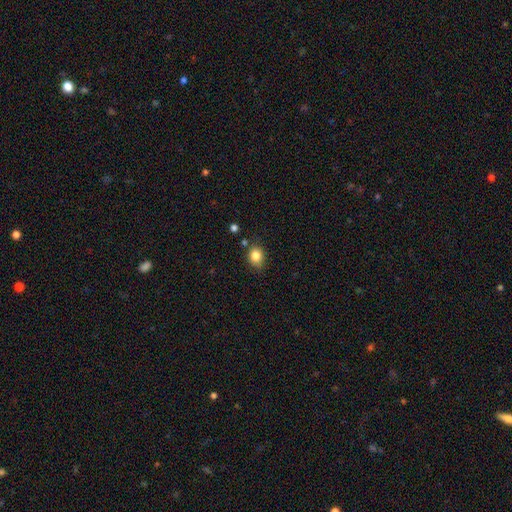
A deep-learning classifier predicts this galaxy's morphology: A smooth galaxy with no disk features (84%) that is round (53%).

Vote fractions:
- Smooth or featured? smooth: 84% / star or artifact: 10% / featured or disk: 6%
- How rounded? round: 53% / in between: 46% / cigar-shaped: 1%
- Merging? none: 76% / minor disturbance: 16% / merger: 4% / major disturbance: 3%